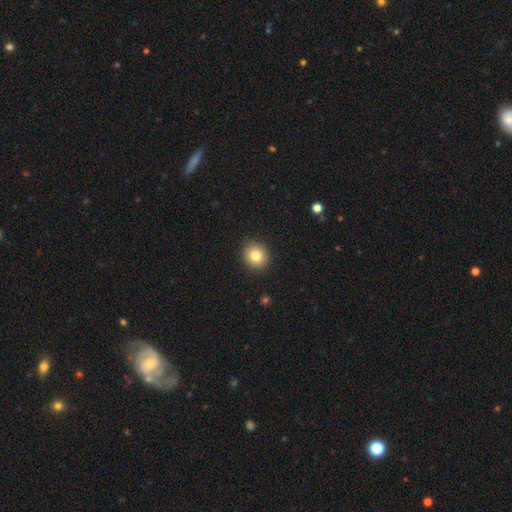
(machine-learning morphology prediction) This appears to be a smooth galaxy with no disk features (81%) that is round (87%). Merging: none (90%).